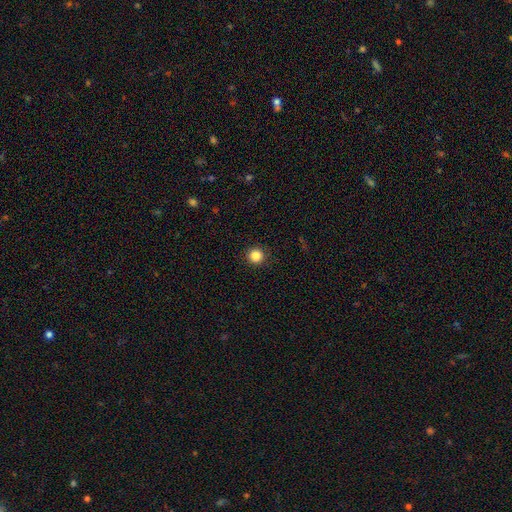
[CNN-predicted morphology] type=smooth (85%); roundness=round (95%); merging=none (92%).